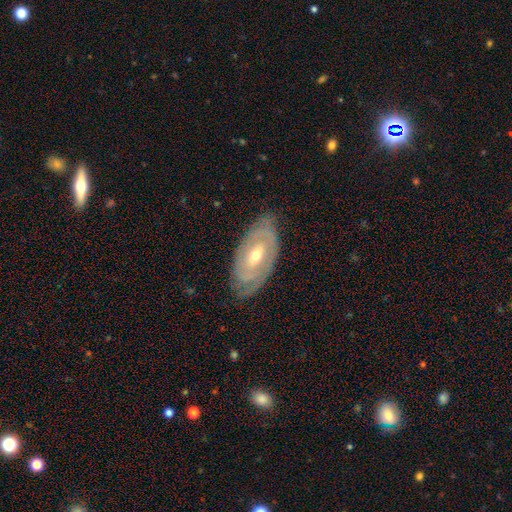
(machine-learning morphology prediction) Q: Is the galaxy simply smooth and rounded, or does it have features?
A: featured or disk — 79%.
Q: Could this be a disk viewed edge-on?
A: no — 92%.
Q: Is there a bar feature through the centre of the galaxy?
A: no — 43%.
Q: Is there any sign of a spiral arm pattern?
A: yes — 85%.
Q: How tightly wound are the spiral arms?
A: tight — 72%.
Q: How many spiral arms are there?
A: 2 — 47%.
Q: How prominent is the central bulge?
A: moderate — 52%.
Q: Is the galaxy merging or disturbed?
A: none — 77%.